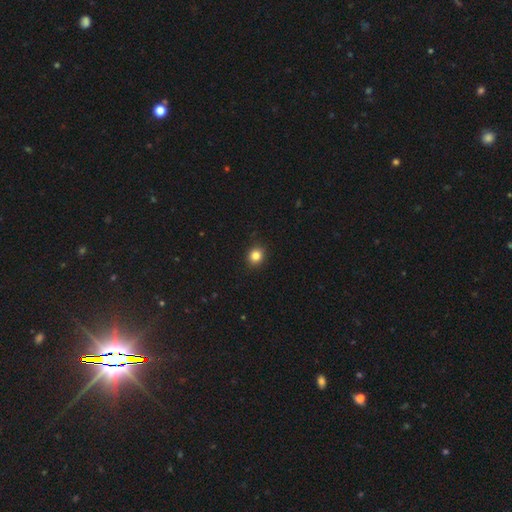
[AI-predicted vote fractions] smooth_or_featured: smooth (p=0.84) [alt: star or artifact p=0.11]
how_rounded: round (p=0.80) [alt: in between p=0.19]
merging: none (p=0.92) [alt: minor disturbance p=0.06]